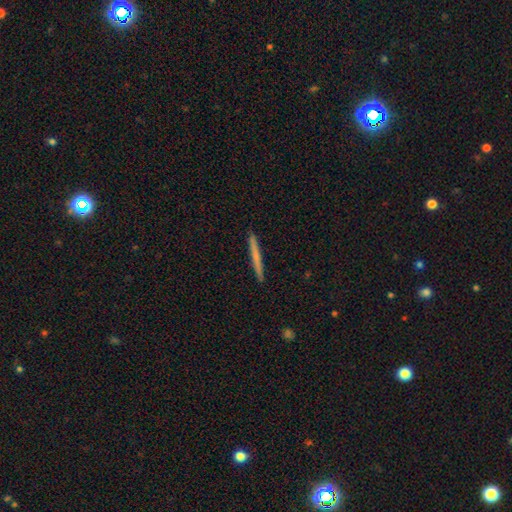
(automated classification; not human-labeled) Smooth or featured? Predicted: smooth (p=0.58). How rounded? Predicted: cigar-shaped (p=0.97). Merging? Predicted: none (p=0.93).